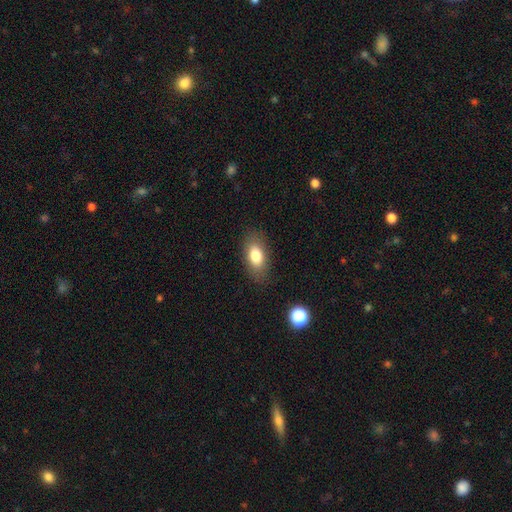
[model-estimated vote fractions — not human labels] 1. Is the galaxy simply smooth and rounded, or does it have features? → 80% smooth, 12% featured or disk, 8% star or artifact.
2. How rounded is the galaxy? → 88% in between, 6% round, 6% cigar-shaped.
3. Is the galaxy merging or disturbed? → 84% none, 11% minor disturbance, 4% major disturbance, 1% merger.